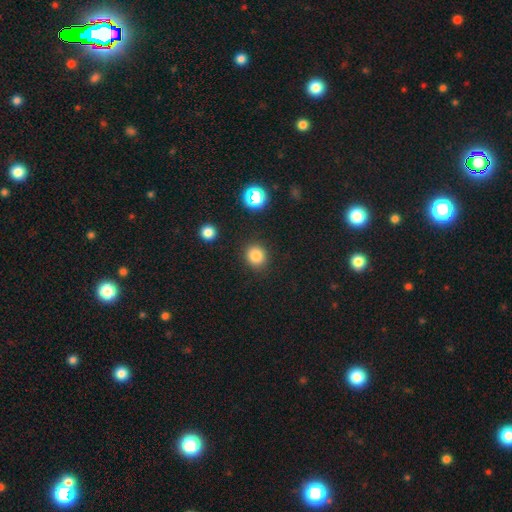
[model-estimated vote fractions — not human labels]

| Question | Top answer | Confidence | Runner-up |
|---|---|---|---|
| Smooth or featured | smooth | 82% | star or artifact (13%) |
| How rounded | round | 81% | in between (18%) |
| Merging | none | 87% | minor disturbance (8%) |